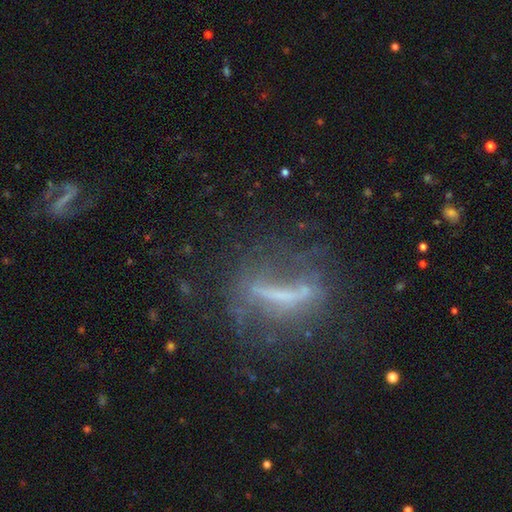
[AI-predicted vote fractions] A featured or disk galaxy (61%). Merging: none (57%).